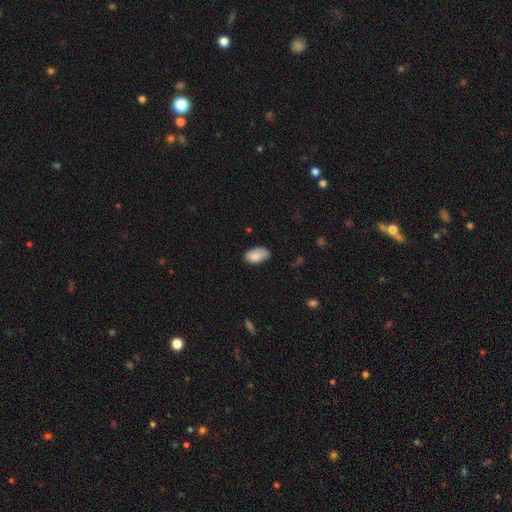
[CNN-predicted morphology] A smooth galaxy with no disk features (86%) that is in between round and cigar-shaped (95%).

Vote fractions:
- Smooth or featured? smooth: 86% / featured or disk: 7% / star or artifact: 7%
- How rounded? in between: 95% / round: 4% / cigar-shaped: 2%
- Merging? none: 76% / minor disturbance: 20% / major disturbance: 3% / merger: 1%